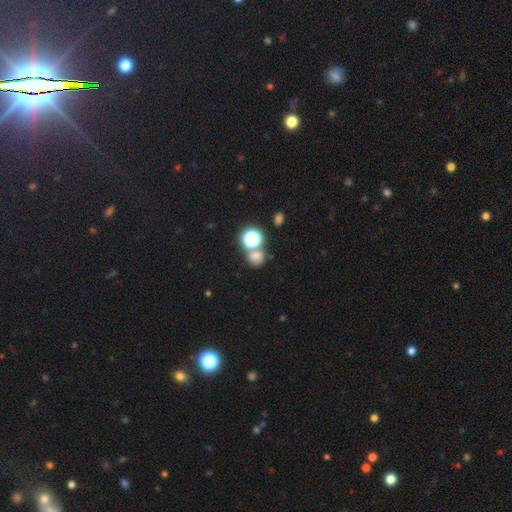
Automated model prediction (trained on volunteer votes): smooth_or_featured: smooth (p=0.68) [alt: star or artifact p=0.25]
how_rounded: round (p=0.77) [alt: in between p=0.22]
merging: none (p=0.55) [alt: merger p=0.31]